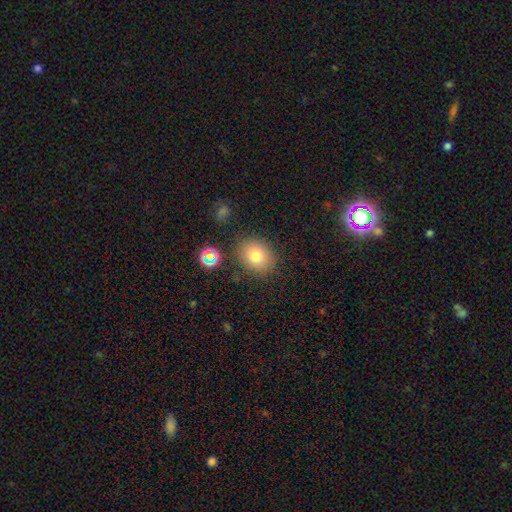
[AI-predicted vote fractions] Morphology: type=smooth (78%); roundness=round (56%); merging=none (83%).